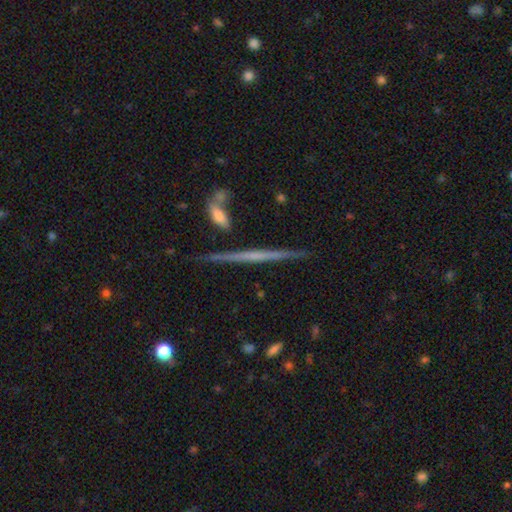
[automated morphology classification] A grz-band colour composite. It shows a featured or disk galaxy (70%) viewed edge-on (97%) with no central bulge (73%). Merging: none (84%).